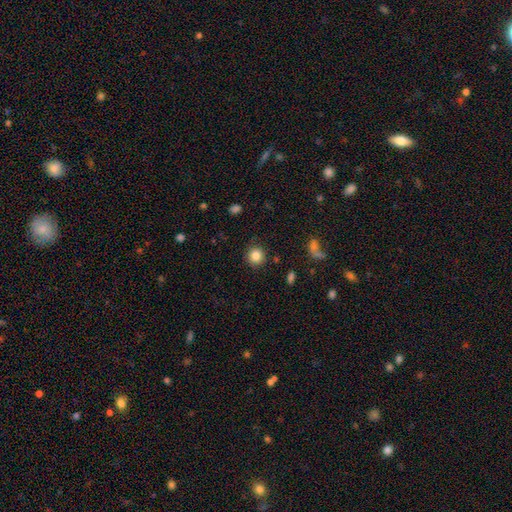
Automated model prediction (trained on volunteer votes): smooth 84%, star or artifact 10%, featured or disk 5%. Down the decision tree: how rounded — round (92%); merging — none (89%).